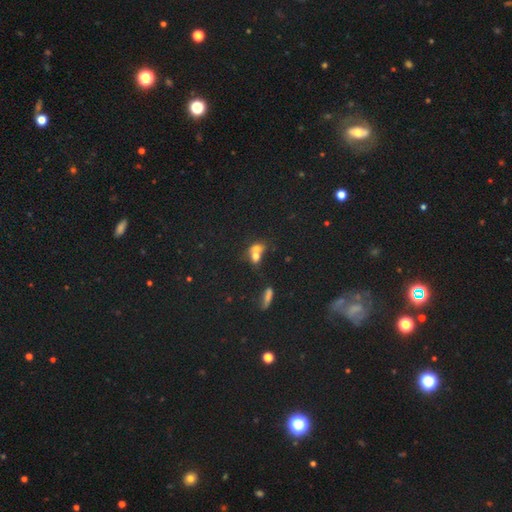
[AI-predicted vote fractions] This appears to be a smooth galaxy with no disk features (63%) that is in between round and cigar-shaped (49%). Merging: merger (68%).